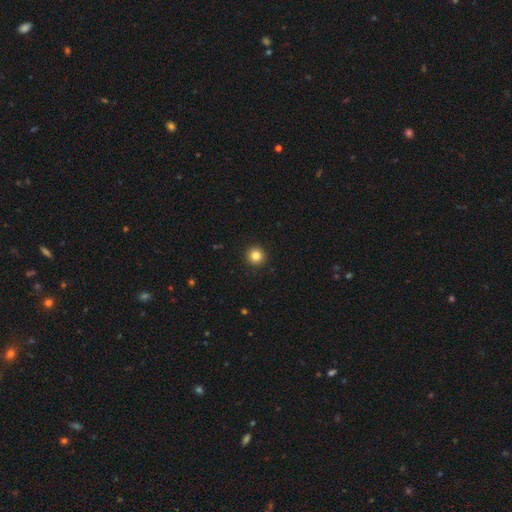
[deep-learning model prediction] Smooth or featured?
  - smooth: 84% *
  - star or artifact: 11%
  - featured or disk: 5%
How rounded?
  - round: 96% *
  - in between: 3%
  - cigar-shaped: 1%
Merging?
  - none: 93% *
  - minor disturbance: 4%
  - major disturbance: 2%
  - merger: 1%